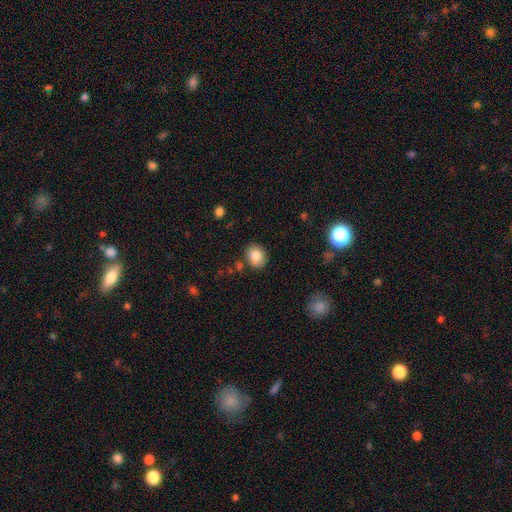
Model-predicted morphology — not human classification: A smooth galaxy with no disk features (82%) that is round (59%).

Vote fractions:
- Smooth or featured? smooth: 82% / star or artifact: 9% / featured or disk: 9%
- How rounded? round: 59% / in between: 40% / cigar-shaped: 1%
- Merging? none: 82% / minor disturbance: 11% / merger: 4% / major disturbance: 3%